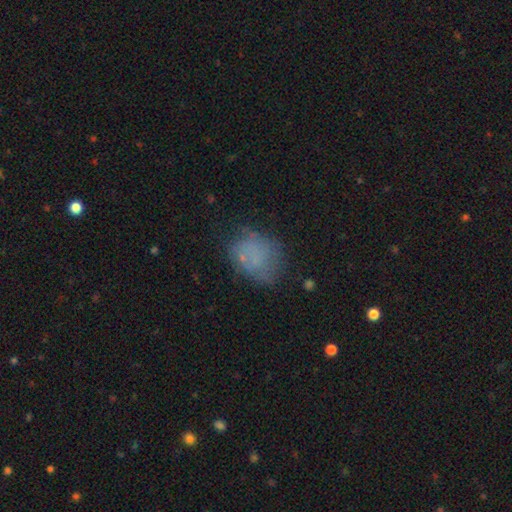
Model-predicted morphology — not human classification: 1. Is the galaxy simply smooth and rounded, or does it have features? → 63% smooth, 22% featured or disk, 15% star or artifact.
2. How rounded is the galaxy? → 55% in between, 44% round, 1% cigar-shaped.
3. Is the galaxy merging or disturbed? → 58% none, 25% minor disturbance, 14% major disturbance, 3% merger.